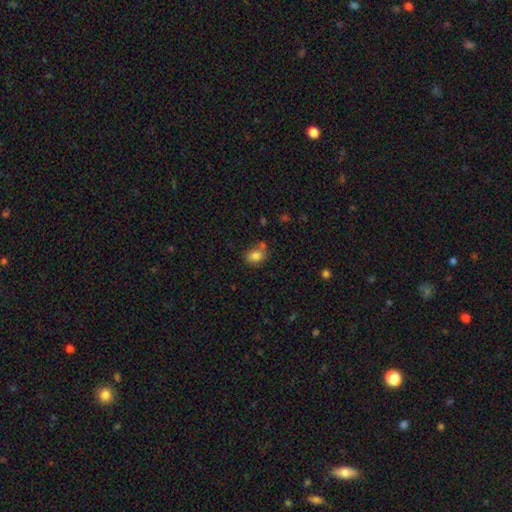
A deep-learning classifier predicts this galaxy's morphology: Q: Smooth or featured?
A: smooth (82%); runner-up: star or artifact (10%)
Q: How rounded?
A: in between (54%); runner-up: round (45%)
Q: Merging?
A: none (63%); runner-up: minor disturbance (16%)